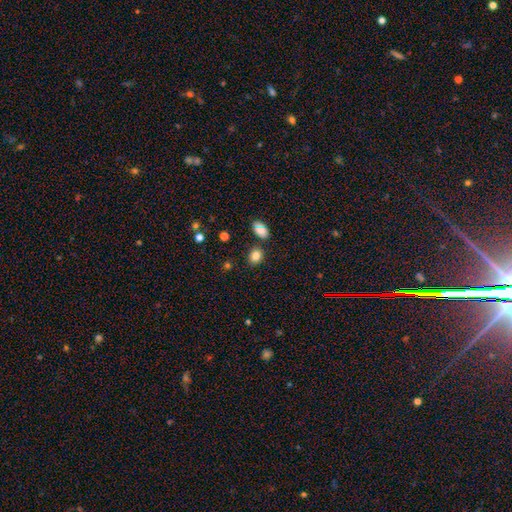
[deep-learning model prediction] Overall: smooth (84%). How rounded: in between (52%; round 47%). Merging: none (80%).